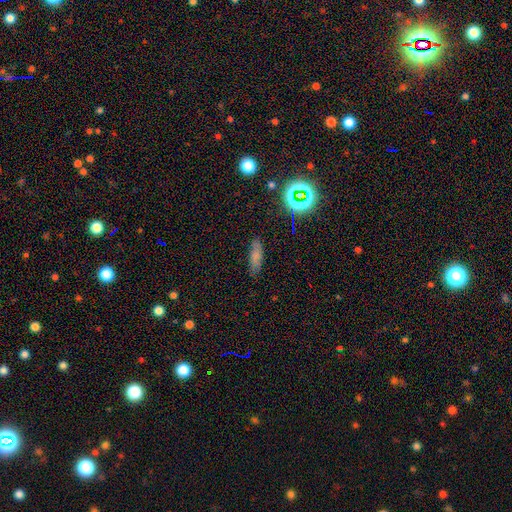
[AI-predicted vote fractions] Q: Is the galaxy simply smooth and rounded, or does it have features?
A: smooth — 67%.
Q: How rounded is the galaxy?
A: in between — 50%.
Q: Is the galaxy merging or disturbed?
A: none — 79%.